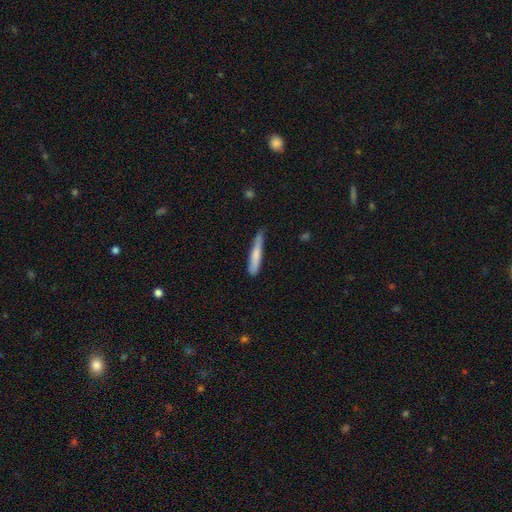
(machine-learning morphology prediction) This is likely a smooth galaxy (74%). How rounded: clearly cigar-shaped (92%). Merging: likely none (60%).